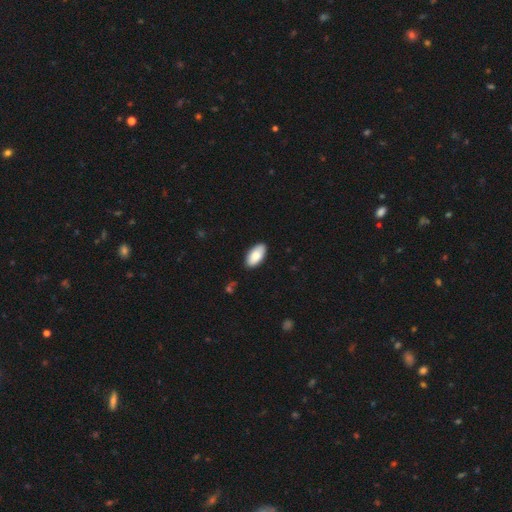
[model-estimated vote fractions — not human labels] This appears to be a smooth galaxy with no disk features (85%) that is in between round and cigar-shaped (94%). Merging: none (87%).